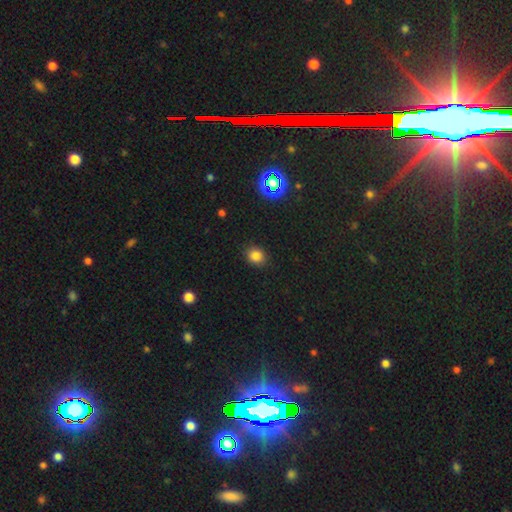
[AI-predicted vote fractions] smooth-or-featured: smooth: 81% | star or artifact: 14% | featured or disk: 5%
  how-rounded: round: 69% | in between: 30% | cigar-shaped: 1%
  merging: none: 88% | minor disturbance: 8% | major disturbance: 2% | merger: 1%